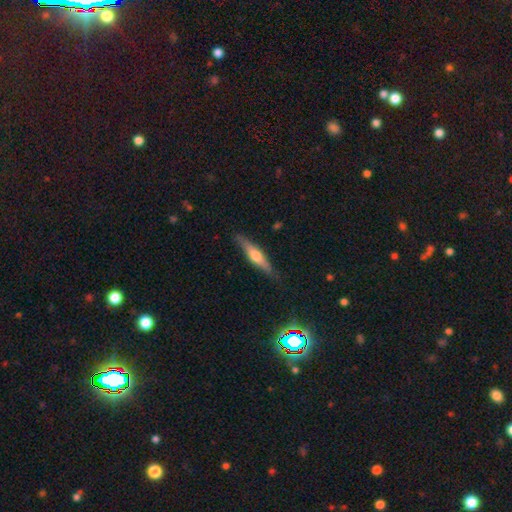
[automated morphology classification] This is possibly a featured or disk galaxy (57%). It is clearly viewed edge-on (94%). Edge-on bulge: clearly rounded (87%). Merging: clearly none (82%).